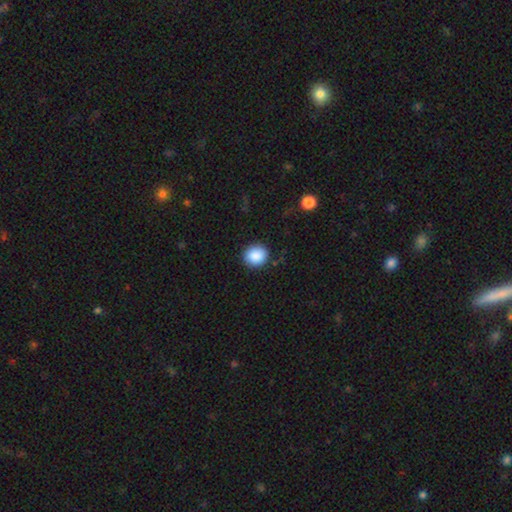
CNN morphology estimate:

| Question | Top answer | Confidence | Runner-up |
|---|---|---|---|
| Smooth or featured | smooth | 89% | star or artifact (8%) |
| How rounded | round | 81% | in between (18%) |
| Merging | none | 89% | minor disturbance (7%) |